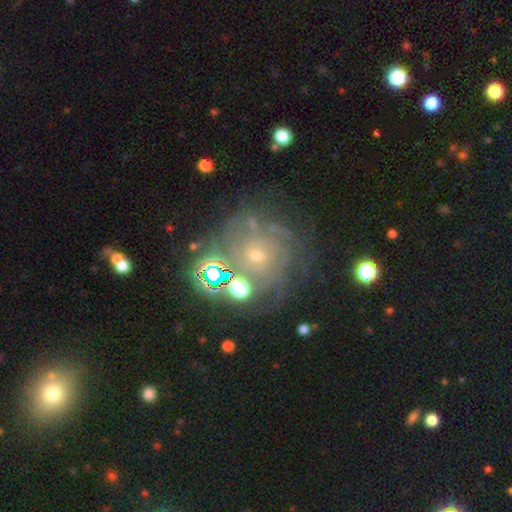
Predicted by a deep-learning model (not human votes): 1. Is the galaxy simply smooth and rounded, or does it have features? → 65% featured or disk, 20% star or artifact, 15% smooth.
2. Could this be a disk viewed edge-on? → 97% no, 3% yes.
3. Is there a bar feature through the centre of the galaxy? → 72% no, 23% weak, 5% strong.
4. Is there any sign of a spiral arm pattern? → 88% yes, 12% no.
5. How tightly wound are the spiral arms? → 69% tight, 24% medium, 7% loose.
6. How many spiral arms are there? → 45% can't tell, 15% 4, 13% 3, 12% more than 4, 9% 2, 5% 1.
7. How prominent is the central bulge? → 70% small, 24% moderate, 3% none, 2% large, 1% dominant.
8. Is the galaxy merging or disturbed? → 64% none, 17% minor disturbance, 12% major disturbance, 7% merger.